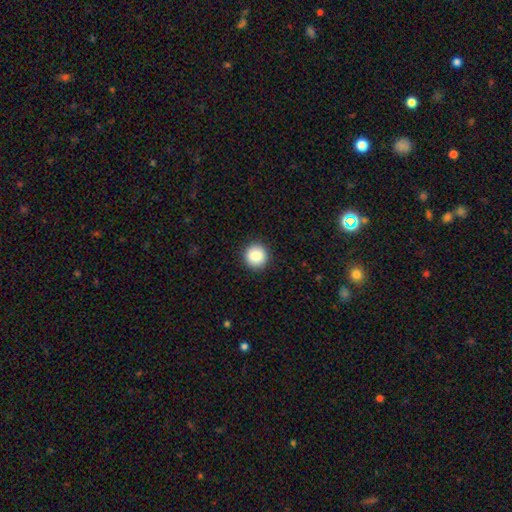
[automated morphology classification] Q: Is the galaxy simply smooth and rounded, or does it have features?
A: smooth — 87%.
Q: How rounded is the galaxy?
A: round — 94%.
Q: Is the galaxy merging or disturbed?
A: none — 92%.